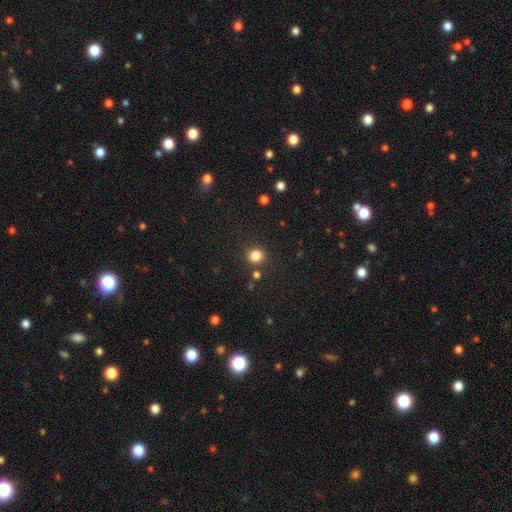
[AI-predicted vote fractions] This appears to be a smooth galaxy with no disk features (83%) that is round (89%). Merging: none (86%).